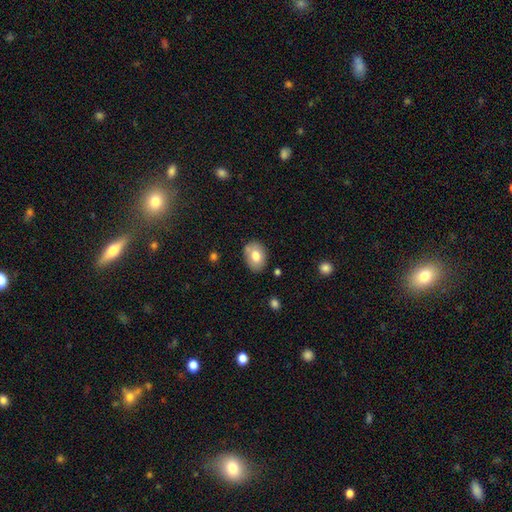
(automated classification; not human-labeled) Smooth or featured? smooth (75%)
How rounded? in between (73%)
Merging? none (74%)